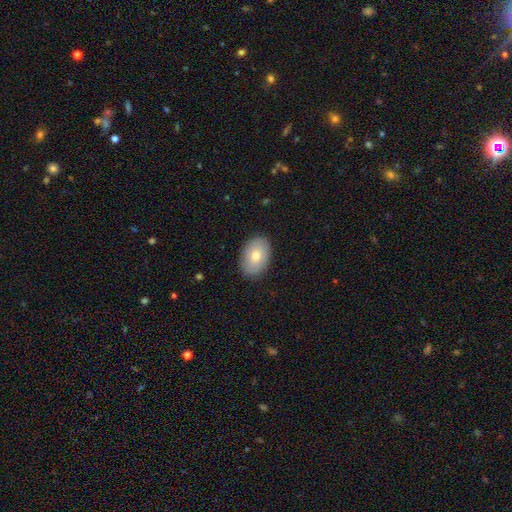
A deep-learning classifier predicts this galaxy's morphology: A smooth galaxy with no disk features (76%) that is in between round and cigar-shaped (85%). Merging: none (88%).